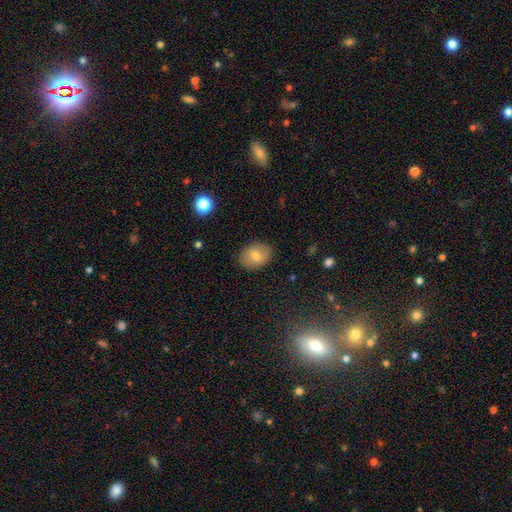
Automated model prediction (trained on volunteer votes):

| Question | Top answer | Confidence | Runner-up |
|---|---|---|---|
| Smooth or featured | smooth | 71% | featured or disk (20%) |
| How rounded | in between | 66% | round (33%) |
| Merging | none | 86% | minor disturbance (10%) |